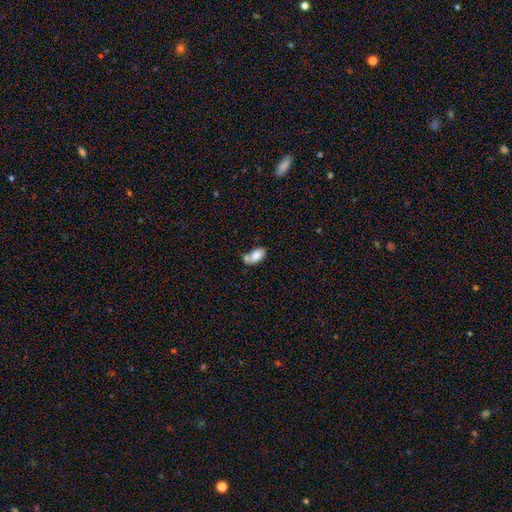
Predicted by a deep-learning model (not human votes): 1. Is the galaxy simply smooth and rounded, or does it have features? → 82% smooth, 10% featured or disk, 8% star or artifact.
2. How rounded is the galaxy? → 93% in between, 4% round, 3% cigar-shaped.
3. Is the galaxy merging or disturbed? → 39% none, 34% merger, 20% minor disturbance, 7% major disturbance.